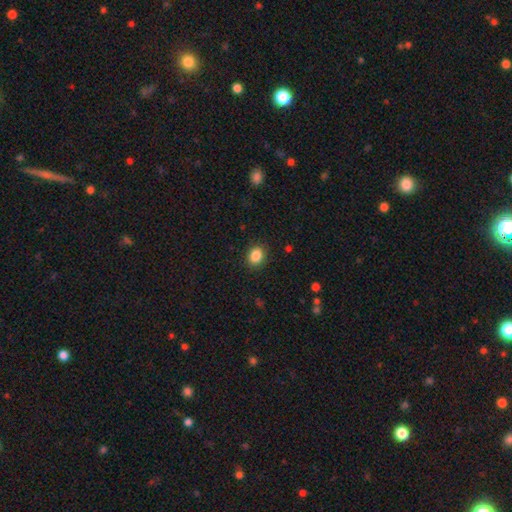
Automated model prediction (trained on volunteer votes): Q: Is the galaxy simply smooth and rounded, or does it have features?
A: smooth — 87%.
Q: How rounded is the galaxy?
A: round — 51%.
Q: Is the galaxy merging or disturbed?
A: none — 88%.